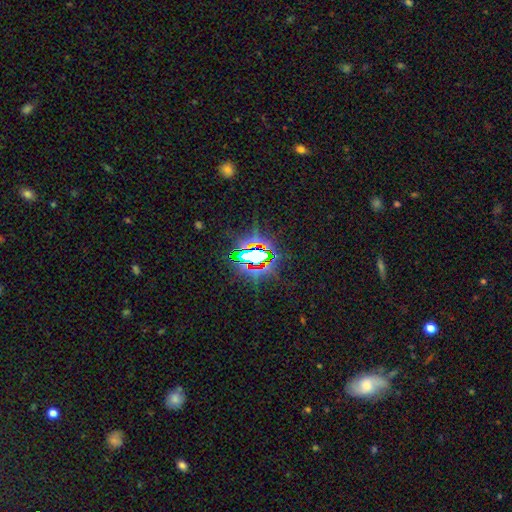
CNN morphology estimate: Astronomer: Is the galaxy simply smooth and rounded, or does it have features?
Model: star or artifact — 76%.